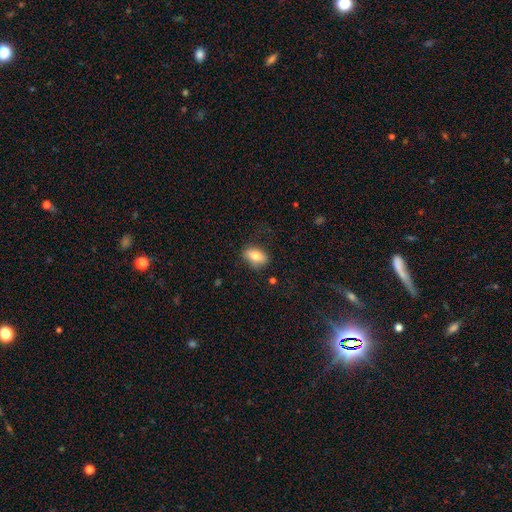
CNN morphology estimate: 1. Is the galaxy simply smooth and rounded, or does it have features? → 75% smooth, 18% featured or disk, 8% star or artifact.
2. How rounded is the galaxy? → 86% in between, 9% round, 5% cigar-shaped.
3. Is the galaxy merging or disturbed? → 78% none, 16% minor disturbance, 5% major disturbance, 1% merger.